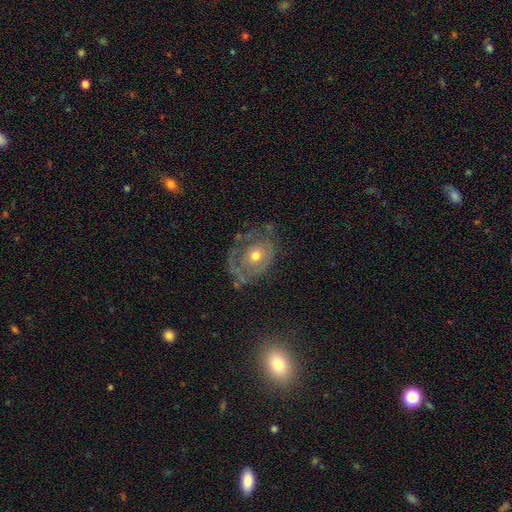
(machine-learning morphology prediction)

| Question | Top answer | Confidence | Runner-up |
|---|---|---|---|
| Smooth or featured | featured or disk | 61% | smooth (31%) |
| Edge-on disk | no | 95% | yes (5%) |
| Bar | no | 87% | weak (11%) |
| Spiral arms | yes | 50% | tied: no (50%) |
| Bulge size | moderate | 72% | small (21%) |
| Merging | none | 46% | minor disturbance (27%) |